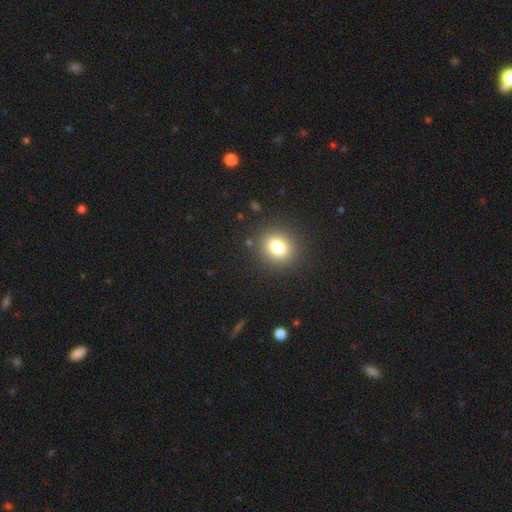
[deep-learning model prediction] Smooth or featured: smooth — 65% (star or artifact — 29%)
How rounded: round — 87% (in between — 12%)
Merging: none — 92% (minor disturbance — 5%)